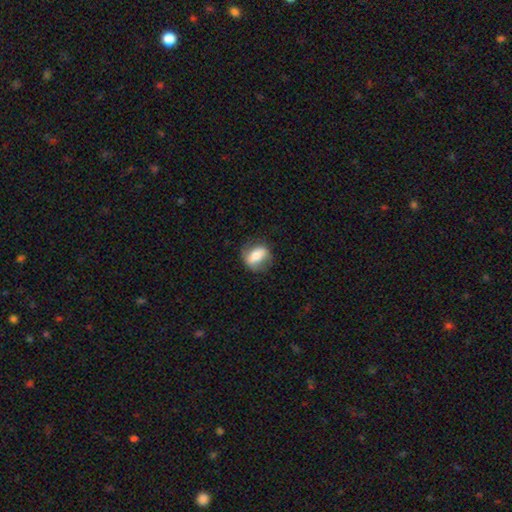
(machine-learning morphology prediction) Smooth or featured: smooth — 55% (featured or disk — 38%)
How rounded: in between — 65% (round — 30%)
Merging: none — 74% (minor disturbance — 17%)